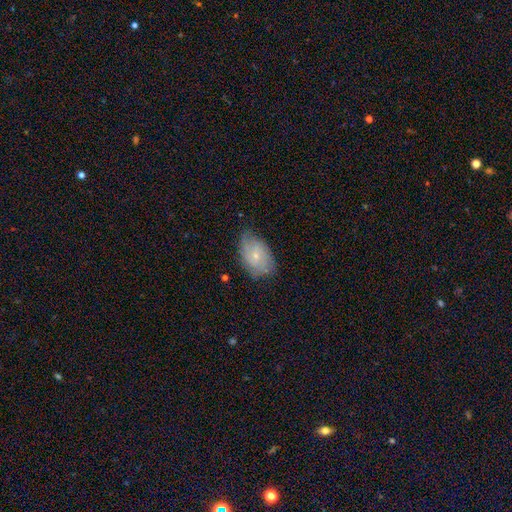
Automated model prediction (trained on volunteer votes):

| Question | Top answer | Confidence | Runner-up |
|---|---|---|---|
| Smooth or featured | featured or disk | 48% | smooth (44%) |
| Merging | none | 65% | minor disturbance (27%) |